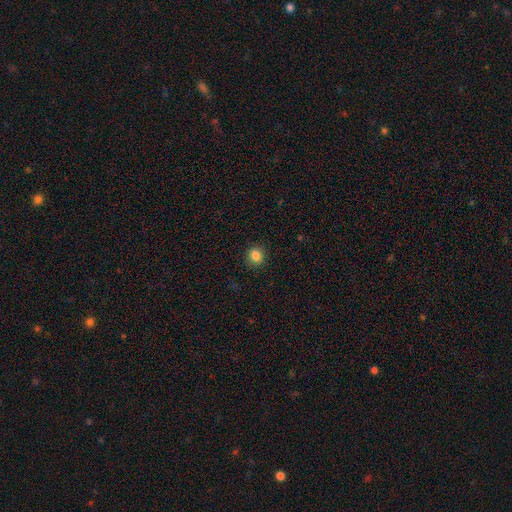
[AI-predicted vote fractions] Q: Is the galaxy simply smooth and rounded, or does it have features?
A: smooth — 84%.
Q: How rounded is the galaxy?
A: round — 84%.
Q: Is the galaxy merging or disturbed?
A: none — 90%.